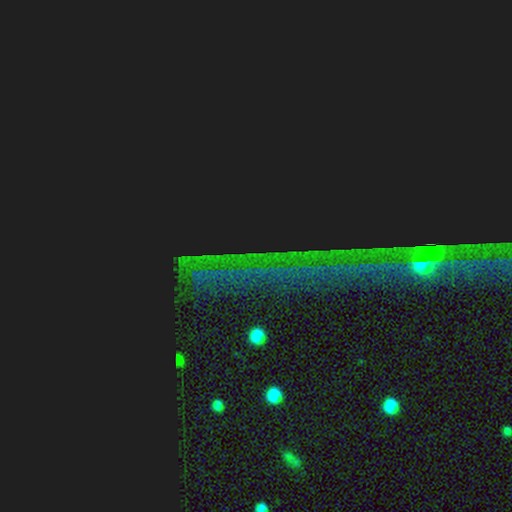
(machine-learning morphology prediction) Smooth or featured? star or artifact (85%)